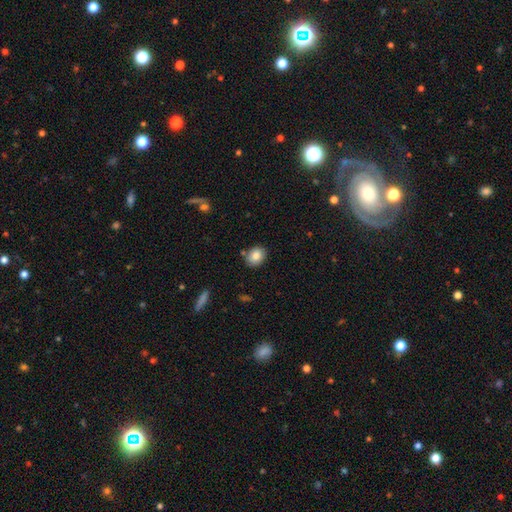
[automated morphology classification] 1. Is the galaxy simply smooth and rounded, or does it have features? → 83% smooth, 9% star or artifact, 8% featured or disk.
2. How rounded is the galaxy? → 52% in between, 47% round, 1% cigar-shaped.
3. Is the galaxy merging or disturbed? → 82% none, 11% minor disturbance, 5% merger, 2% major disturbance.